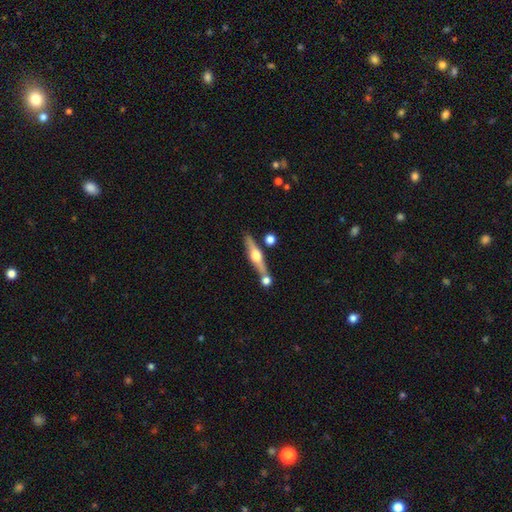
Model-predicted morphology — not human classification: Overall: featured or disk (71%). Edge-on disk: yes (96%). Edge-on bulge: rounded (96%). Merging: none (74%).